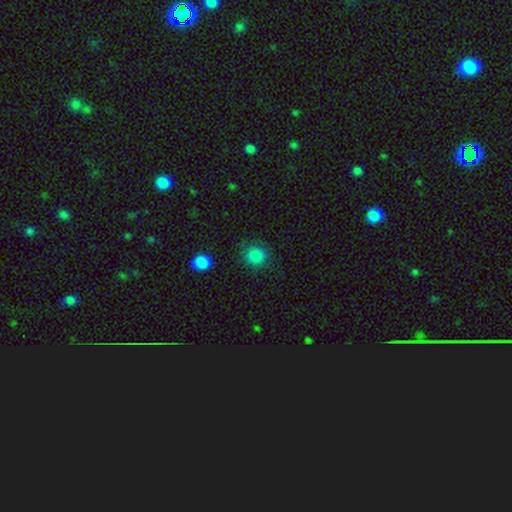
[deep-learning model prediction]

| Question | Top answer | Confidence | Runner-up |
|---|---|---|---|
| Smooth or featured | smooth | 87% | star or artifact (10%) |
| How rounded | round | 88% | in between (11%) |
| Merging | none | 86% | minor disturbance (9%) |